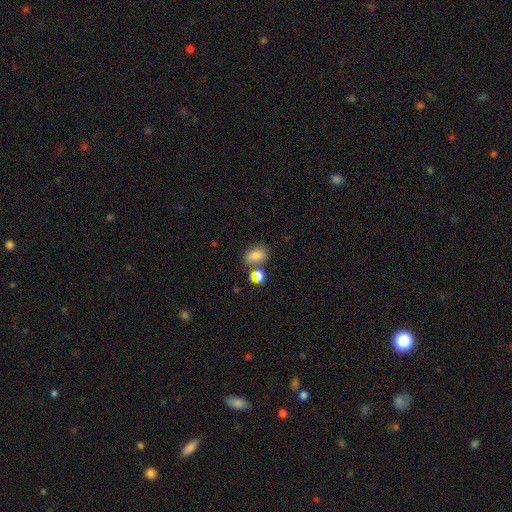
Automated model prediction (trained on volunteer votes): The model was most divided on "merging": none: 52%, merger: 26%, minor disturbance: 16%, major disturbance: 6%. More confident: how rounded — in between (81%); smooth or featured — smooth (80%).